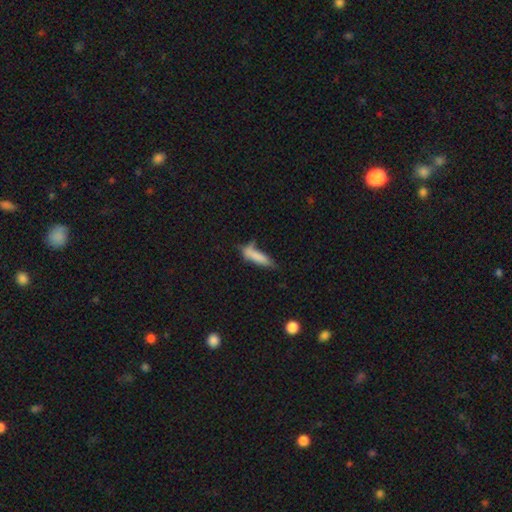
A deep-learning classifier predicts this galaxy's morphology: Overall: smooth (78%). How rounded: cigar-shaped (68%; in between 30%). Merging: none (44%; minor disturbance 31%).